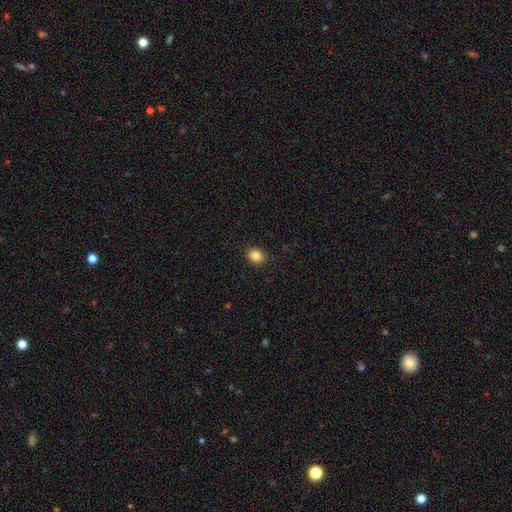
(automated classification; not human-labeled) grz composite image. It shows a smooth galaxy with no disk features (84%) that is round (54%). Merging: none (89%).